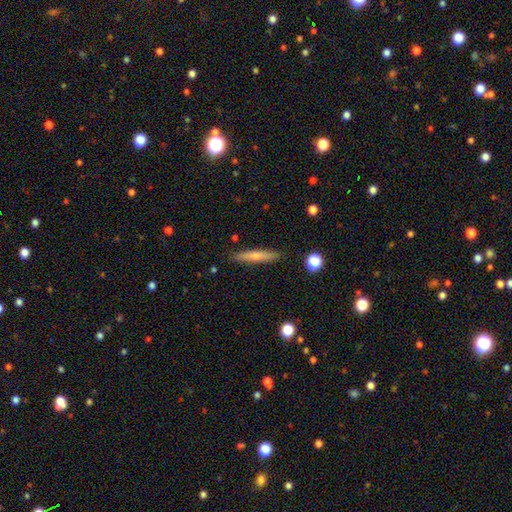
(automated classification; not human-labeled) This appears to be a smooth galaxy with no disk features (51%) that is cigar-shaped (92%). Merging: none (90%).